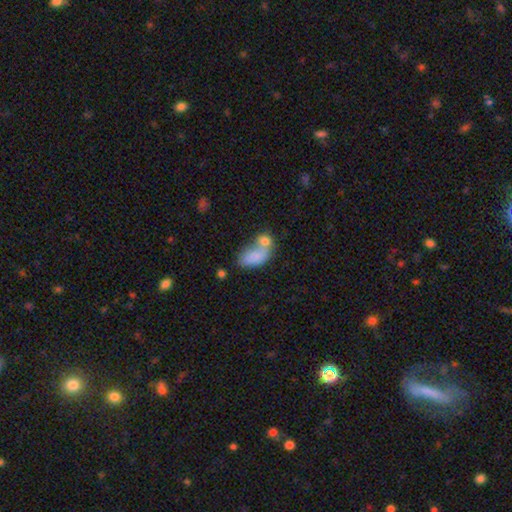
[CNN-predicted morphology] This appears to be a smooth galaxy with no disk features (79%) that is in between round and cigar-shaped (90%). Merging: merger (51%).